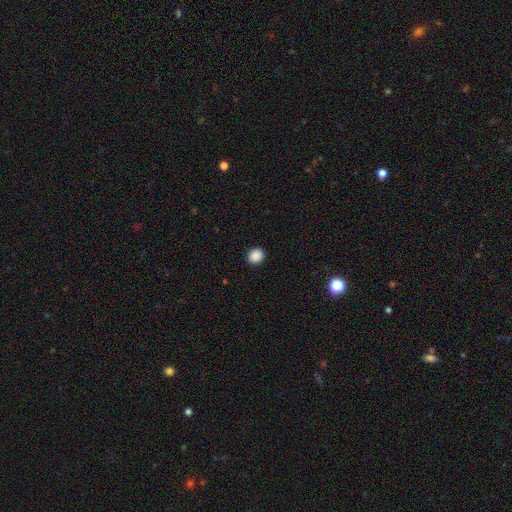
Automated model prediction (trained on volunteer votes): smooth_or_featured: smooth (p=0.89) [alt: star or artifact p=0.09]
how_rounded: round (p=0.77) [alt: in between p=0.22]
merging: none (p=0.92) [alt: minor disturbance p=0.05]